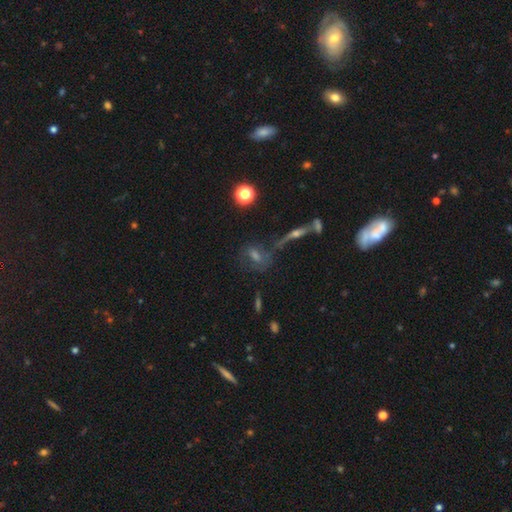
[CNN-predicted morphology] smooth-or-featured: featured or disk: 42% | smooth: 31% | star or artifact: 27%
  merging: none: 55% | minor disturbance: 17% | major disturbance: 15% | merger: 14%